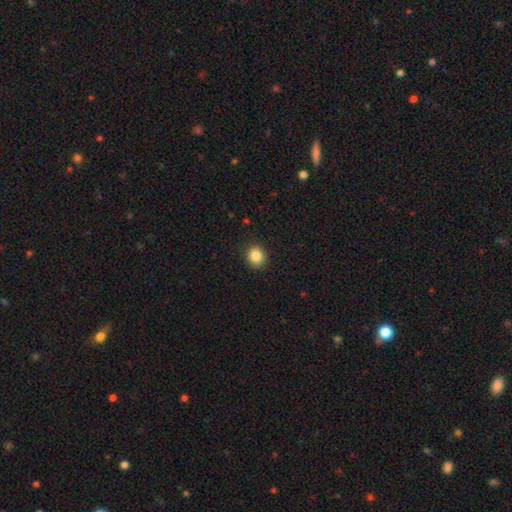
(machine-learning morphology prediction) This appears to be a smooth galaxy with no disk features (85%) that is round (68%). Merging: none (90%).